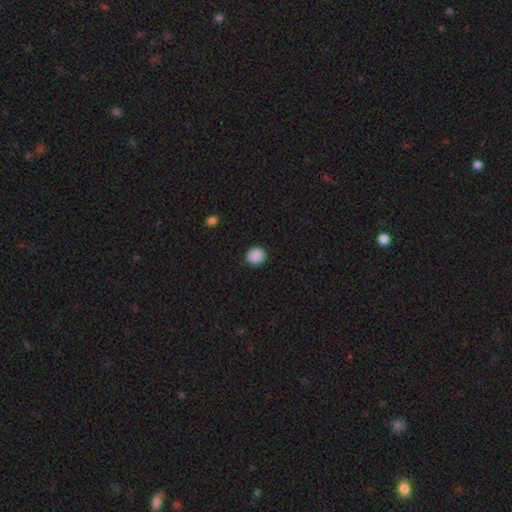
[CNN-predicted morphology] type=smooth (89%); roundness=round (86%); merging=none (90%).